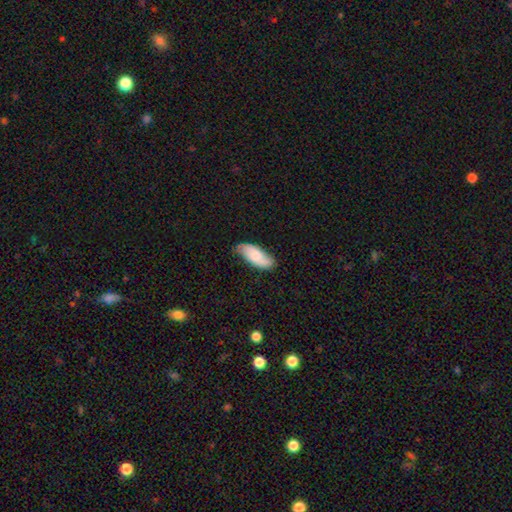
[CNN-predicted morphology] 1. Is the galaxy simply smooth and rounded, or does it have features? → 67% smooth, 27% featured or disk, 6% star or artifact.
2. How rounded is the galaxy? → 84% in between, 14% cigar-shaped, 2% round.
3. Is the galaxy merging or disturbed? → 72% none, 23% minor disturbance, 4% major disturbance, 2% merger.